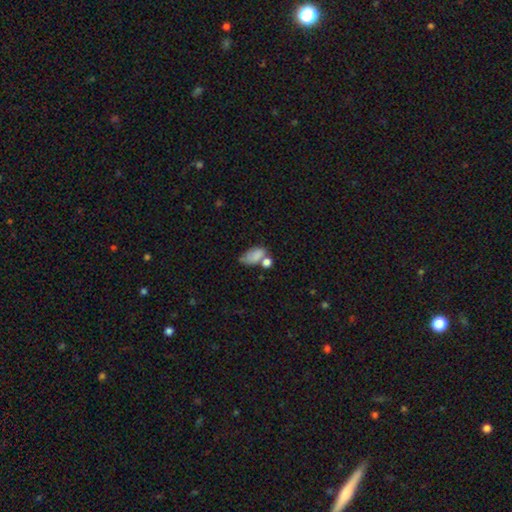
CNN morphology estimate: Overall: smooth (76%). How rounded: in between (88%). Merging: merger (33%; none 30%).